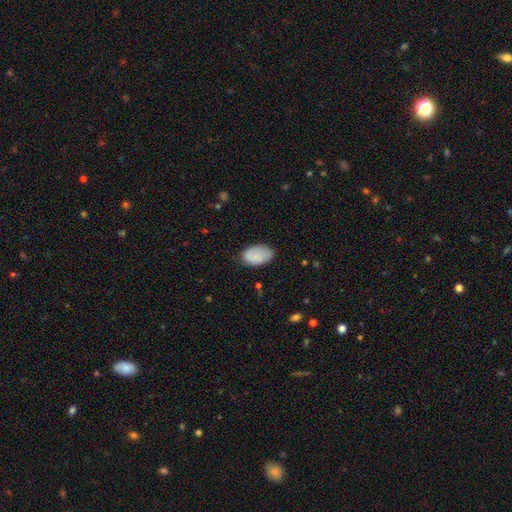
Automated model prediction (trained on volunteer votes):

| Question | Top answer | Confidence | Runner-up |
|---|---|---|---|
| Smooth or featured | smooth | 84% | featured or disk (10%) |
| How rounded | in between | 92% | round (7%) |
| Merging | none | 77% | minor disturbance (18%) |